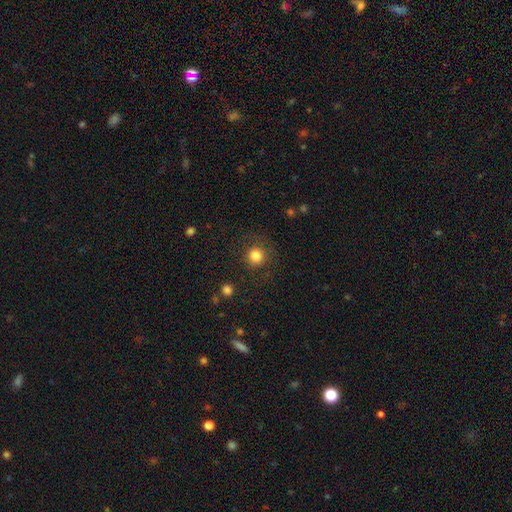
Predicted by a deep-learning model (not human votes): smooth-or-featured: smooth: 83% | star or artifact: 12% | featured or disk: 5%
  how-rounded: round: 93% | in between: 6% | cigar-shaped: 1%
  merging: none: 85% | minor disturbance: 9% | major disturbance: 5% | merger: 2%